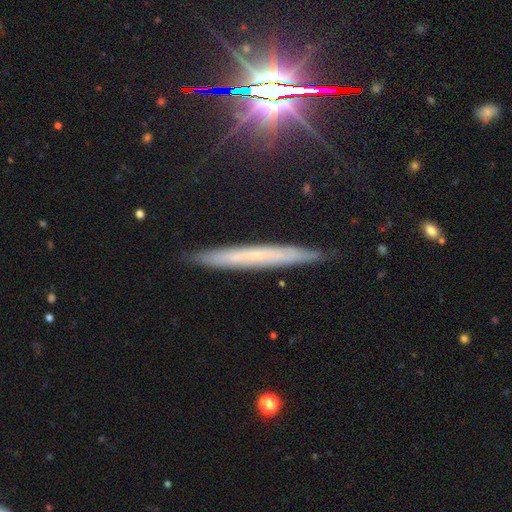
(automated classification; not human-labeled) Smooth or featured?
  - featured or disk: 47% *
  - smooth: 39%
  - star or artifact: 14%
Merging?
  - none: 88% *
  - minor disturbance: 9%
  - major disturbance: 2%
  - merger: 1%